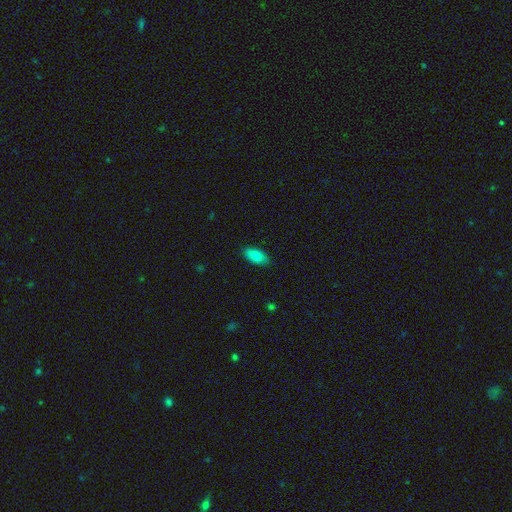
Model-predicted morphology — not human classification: type=smooth (86%); roundness=in between (89%); merging=none (86%).